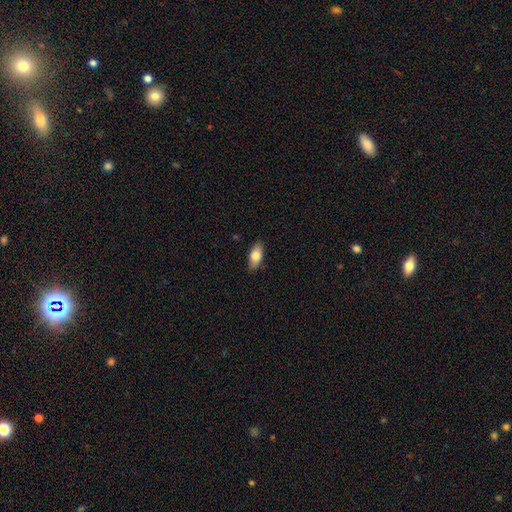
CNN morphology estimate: This is likely a smooth galaxy (78%). How rounded: clearly in between (85%). Merging: clearly none (86%).